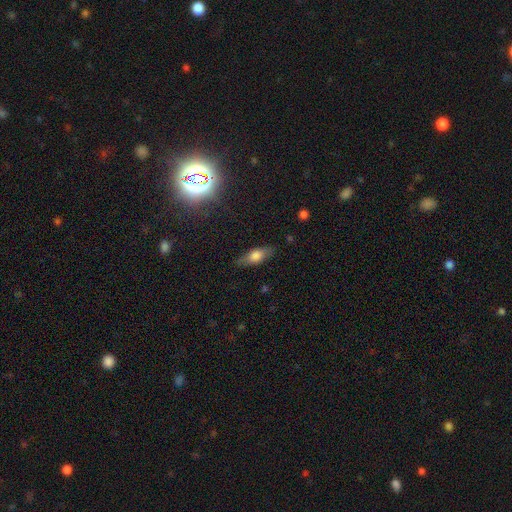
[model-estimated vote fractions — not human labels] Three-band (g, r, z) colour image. It shows a smooth galaxy with no disk features (63%) that is in between round and cigar-shaped (65%). Merging: none (81%).